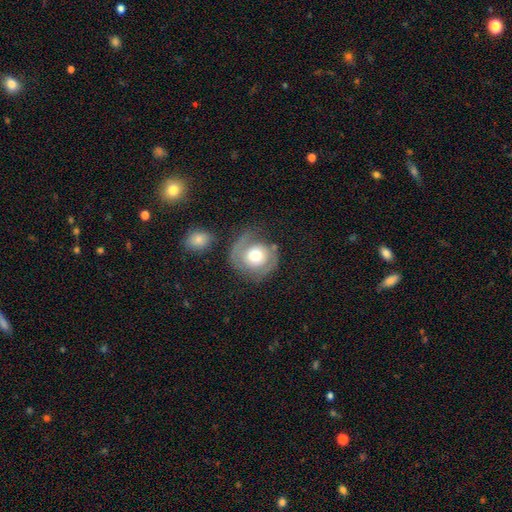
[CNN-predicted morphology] The model was most divided on "smooth or featured": featured or disk: 58%, smooth: 35%, star or artifact: 7%. More confident: edge-on disk — no (97%); bar — no (80%); spiral arms — yes (78%); bulge size — moderate (62%); merging — none (51%).